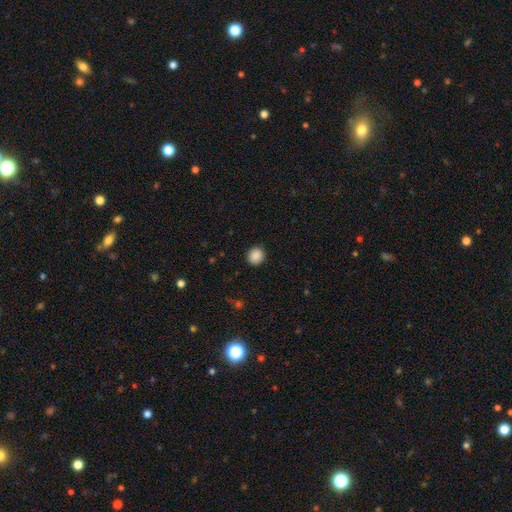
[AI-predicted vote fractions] Q: Smooth or featured?
A: smooth (88%); runner-up: star or artifact (9%)
Q: How rounded?
A: round (91%); runner-up: in between (8%)
Q: Merging?
A: none (92%); runner-up: minor disturbance (5%)